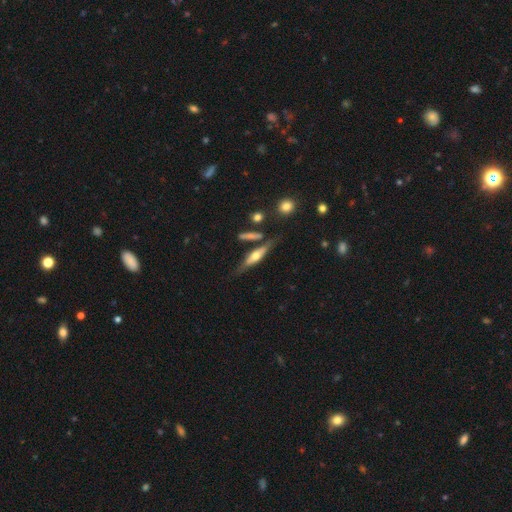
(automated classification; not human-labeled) Overall: featured or disk (63%; smooth 31%). Edge-on disk: yes (90%). Edge-on bulge: rounded (86%). Merging: none (66%).